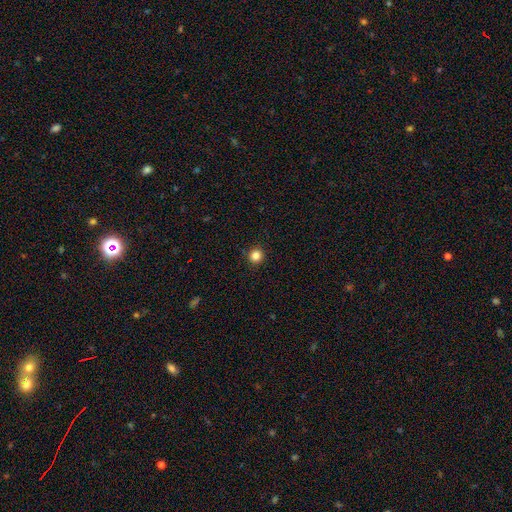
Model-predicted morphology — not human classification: smooth_or_featured: smooth (p=0.85) [alt: star or artifact p=0.12]
how_rounded: round (p=0.93) [alt: in between p=0.06]
merging: none (p=0.92) [alt: minor disturbance p=0.05]